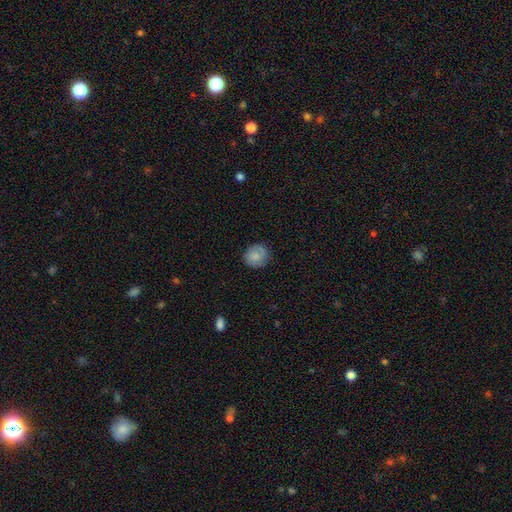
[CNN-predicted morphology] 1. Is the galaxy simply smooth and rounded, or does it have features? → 77% smooth, 16% featured or disk, 7% star or artifact.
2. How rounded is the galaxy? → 85% round, 14% in between, 1% cigar-shaped.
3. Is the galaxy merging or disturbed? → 82% none, 14% minor disturbance, 3% major disturbance, 1% merger.